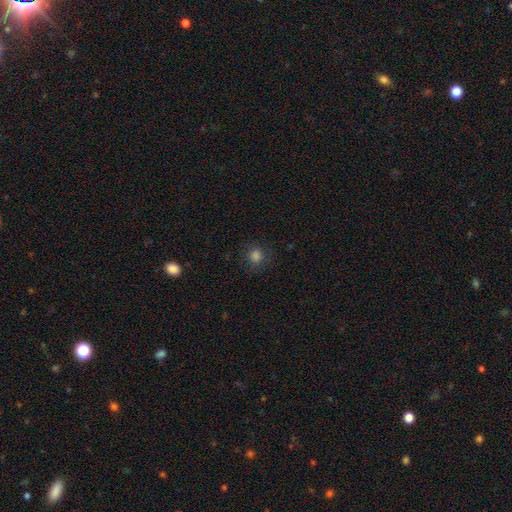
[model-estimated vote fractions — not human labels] Overall: smooth (79%). How rounded: round (87%). Merging: none (82%).